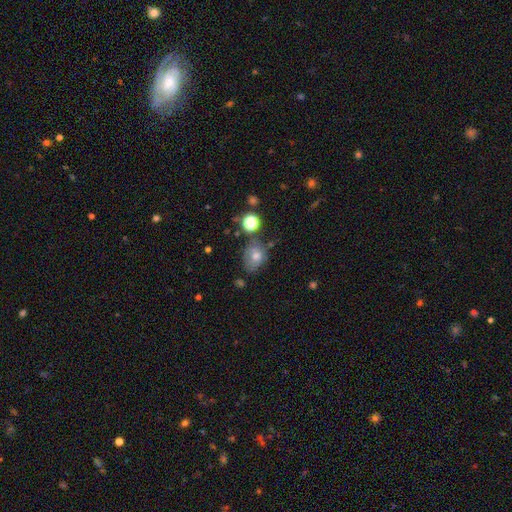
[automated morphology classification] smooth_or_featured: smooth (p=0.59) [alt: featured or disk p=0.22]
how_rounded: in between (p=0.53) [alt: round p=0.46]
merging: none (p=0.58) [alt: minor disturbance p=0.25]